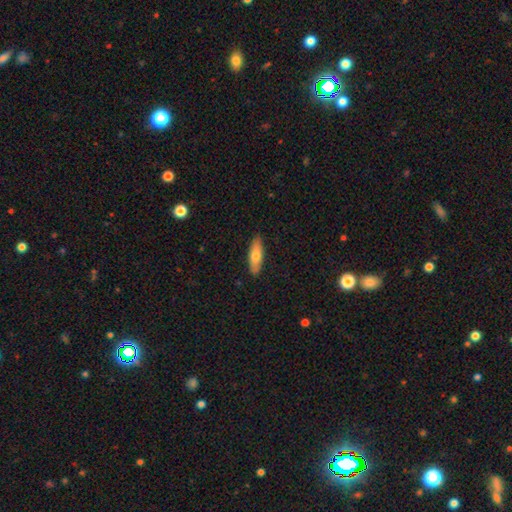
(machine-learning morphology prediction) Smooth or featured?
  - smooth: 71% *
  - featured or disk: 24%
  - star or artifact: 6%
How rounded?
  - in between: 51% *
  - cigar-shaped: 47%
  - round: 2%
Merging?
  - none: 88% *
  - minor disturbance: 9%
  - major disturbance: 2%
  - merger: 1%